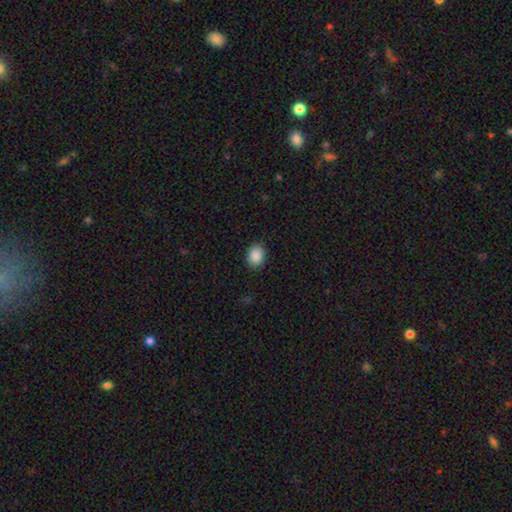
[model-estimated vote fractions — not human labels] smooth_or_featured: smooth (p=0.89) [alt: star or artifact p=0.08]
how_rounded: in between (p=0.64) [alt: round p=0.35]
merging: none (p=0.89) [alt: minor disturbance p=0.08]